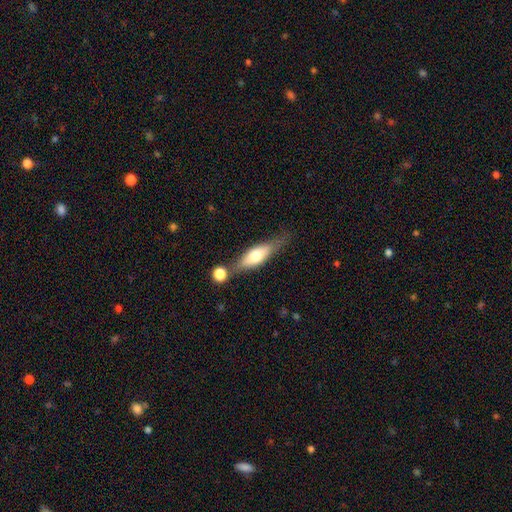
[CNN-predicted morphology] This is possibly a smooth galaxy (54%). How rounded: possibly cigar-shaped (49%). Merging: possibly none (59%).